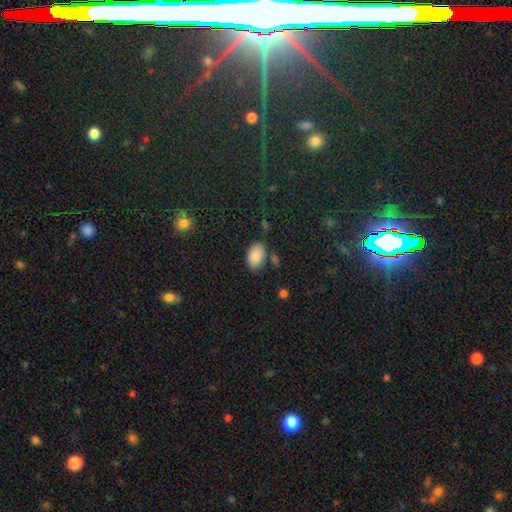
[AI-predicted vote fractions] Morphology: type=smooth (87%); roundness=in between (90%); merging=none (74%).